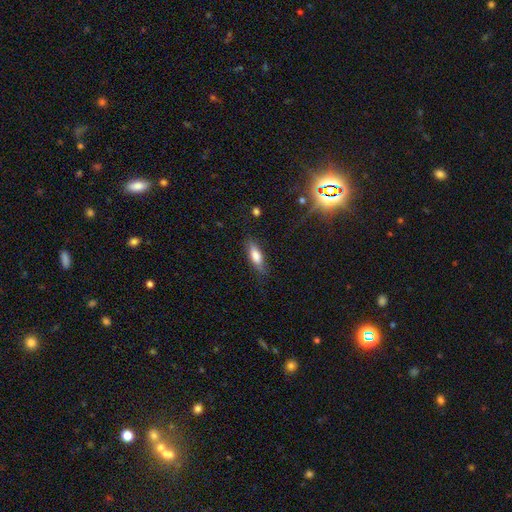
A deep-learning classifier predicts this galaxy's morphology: Smooth or featured?
  - smooth: 74% *
  - featured or disk: 18%
  - star or artifact: 7%
How rounded?
  - in between: 54% *
  - cigar-shaped: 44%
  - round: 2%
Merging?
  - none: 78% *
  - minor disturbance: 16%
  - major disturbance: 4%
  - merger: 1%